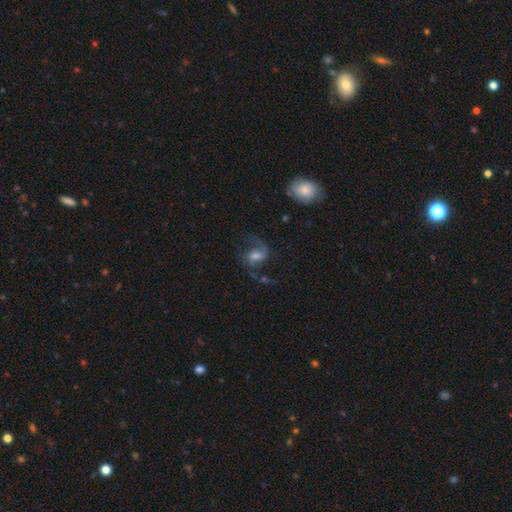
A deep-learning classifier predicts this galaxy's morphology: Smooth or featured? featured or disk (74%)
Edge-on disk? no (98%)
Bar? weak (47%)
Spiral arms? yes (94%)
Spiral winding? loose (50%)
Spiral arm count? 2 (87%)
Bulge size? moderate (48%)
Merging? none (60%)